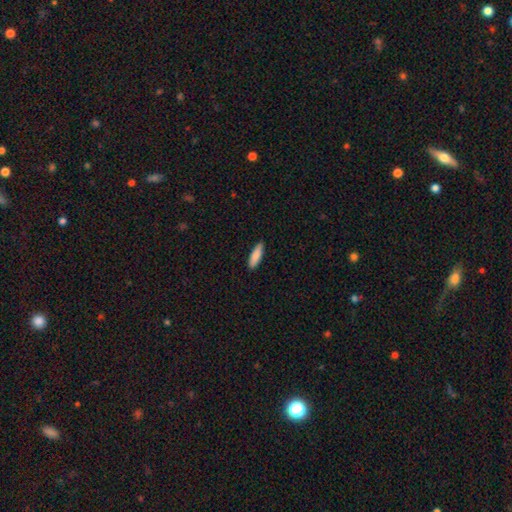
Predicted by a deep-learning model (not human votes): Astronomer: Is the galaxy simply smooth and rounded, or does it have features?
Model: smooth — 88%.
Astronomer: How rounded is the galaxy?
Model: cigar-shaped — 54% (runner-up: in between, 45%).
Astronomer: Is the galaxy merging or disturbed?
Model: none — 88%.